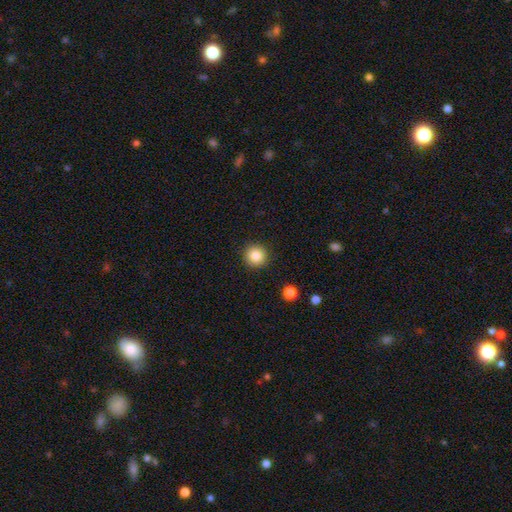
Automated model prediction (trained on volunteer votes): smooth-or-featured: smooth: 86% | star or artifact: 10% | featured or disk: 5%
  how-rounded: round: 95% | in between: 4% | cigar-shaped: 1%
  merging: none: 92% | minor disturbance: 5% | major disturbance: 2% | merger: 1%